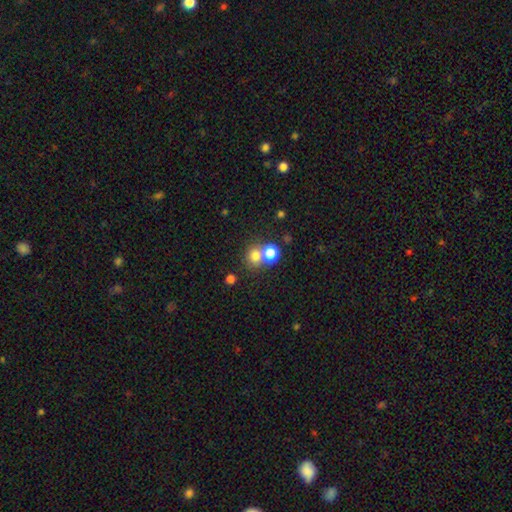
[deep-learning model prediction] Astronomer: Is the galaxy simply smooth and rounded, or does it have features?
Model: smooth — 75%.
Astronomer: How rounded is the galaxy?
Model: round — 84%.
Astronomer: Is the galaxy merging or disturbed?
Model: none — 53% (runner-up: merger, 37%).